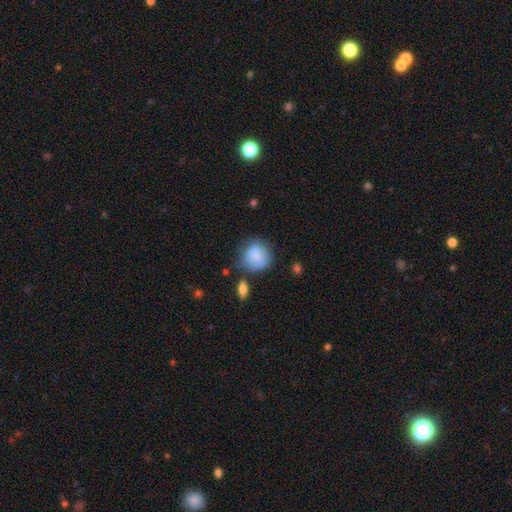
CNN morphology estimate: Smooth or featured? Predicted: smooth (p=0.83). How rounded? Predicted: round (p=0.80). Merging? Predicted: none (p=0.57).